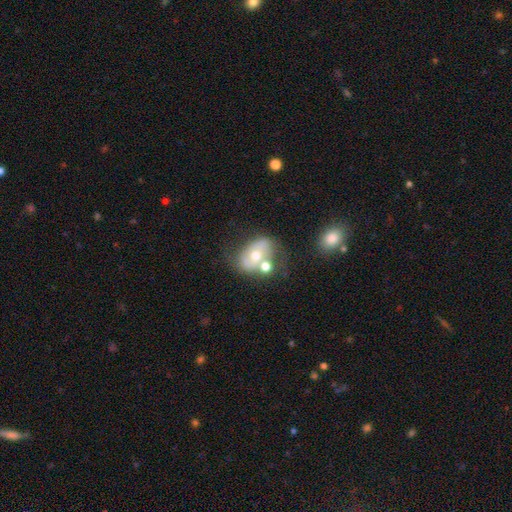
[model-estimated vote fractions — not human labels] Smooth or featured: featured or disk — 47% (smooth — 43%)
Merging: none — 40% (merger — 34%)